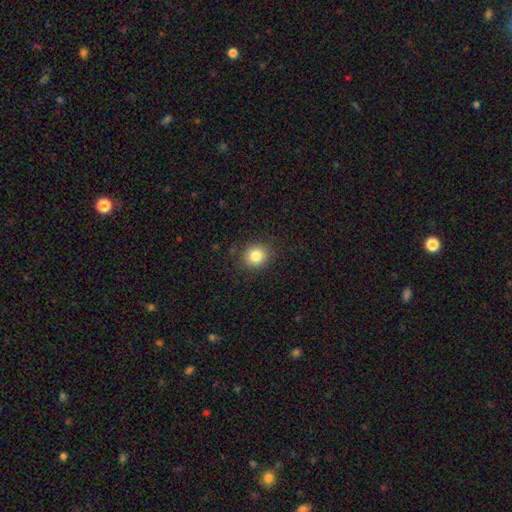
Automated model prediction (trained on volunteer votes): smooth-or-featured: smooth: 84% | star or artifact: 10% | featured or disk: 6%
  how-rounded: round: 82% | in between: 17% | cigar-shaped: 1%
  merging: none: 88% | minor disturbance: 8% | major disturbance: 2% | merger: 1%